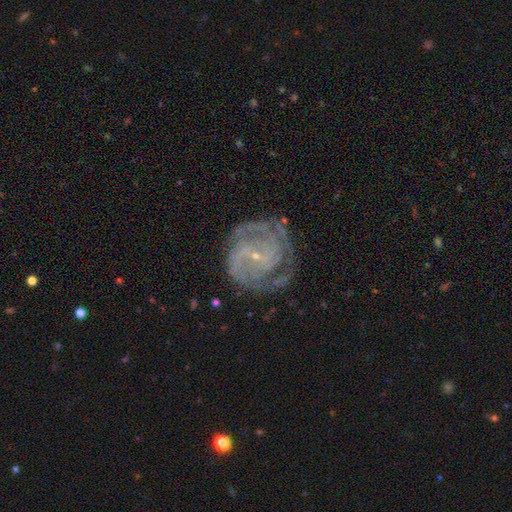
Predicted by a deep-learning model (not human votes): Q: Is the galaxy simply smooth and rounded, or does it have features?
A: featured or disk — 85%.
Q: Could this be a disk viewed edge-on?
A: no — 98%.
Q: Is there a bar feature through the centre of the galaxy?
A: no — 57%.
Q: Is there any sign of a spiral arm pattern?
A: yes — 95%.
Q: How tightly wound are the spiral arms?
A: tight — 59%.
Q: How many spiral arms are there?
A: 2 — 25%.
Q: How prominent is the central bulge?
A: small — 86%.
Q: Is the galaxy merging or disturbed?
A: none — 71%.